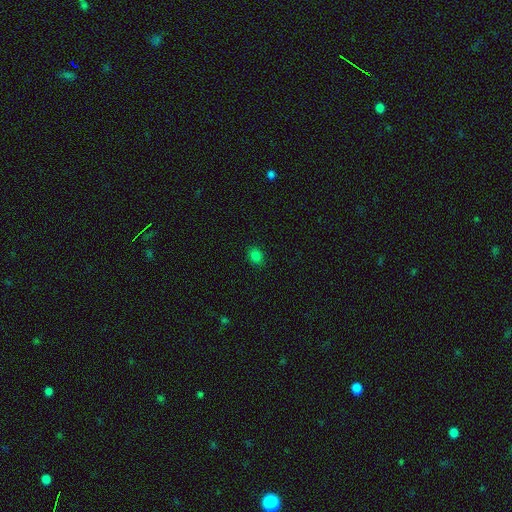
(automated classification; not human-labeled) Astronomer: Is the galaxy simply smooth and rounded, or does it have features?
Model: smooth — 81%.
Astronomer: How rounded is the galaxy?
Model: in between — 57% (runner-up: round, 42%).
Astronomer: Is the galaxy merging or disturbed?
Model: none — 88%.